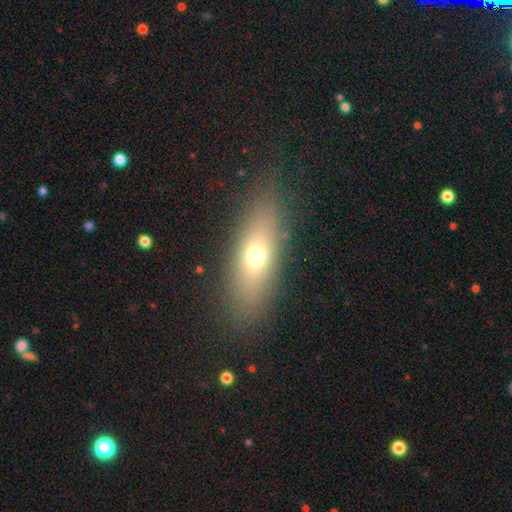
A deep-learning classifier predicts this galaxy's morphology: Overall: smooth (65%). How rounded: in between (61%; cigar-shaped 33%). Merging: none (83%).